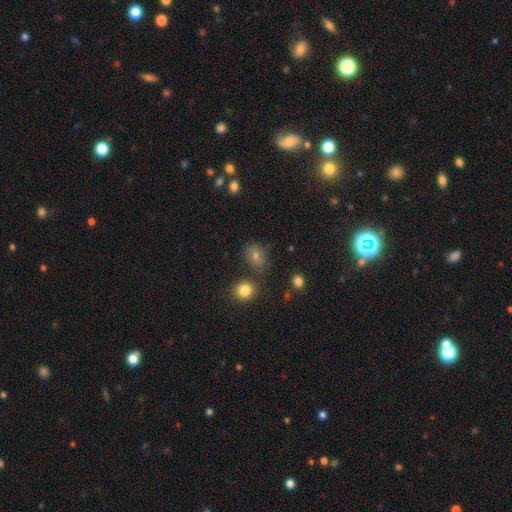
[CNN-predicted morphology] smooth_or_featured: smooth (p=0.58) [alt: star or artifact p=0.27]
how_rounded: round (p=0.53) [alt: in between p=0.45]
merging: none (p=0.73) [alt: minor disturbance p=0.15]